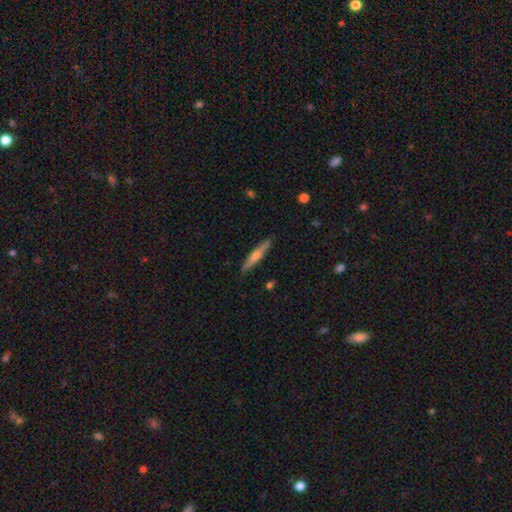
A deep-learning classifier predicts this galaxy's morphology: Q: Smooth or featured?
A: featured or disk (55%); runner-up: smooth (39%)
Q: Edge-on disk?
A: yes (96%); runner-up: no (4%)
Q: Edge-on bulge?
A: rounded (77%); runner-up: none (12%)
Q: Merging?
A: none (87%); runner-up: minor disturbance (9%)